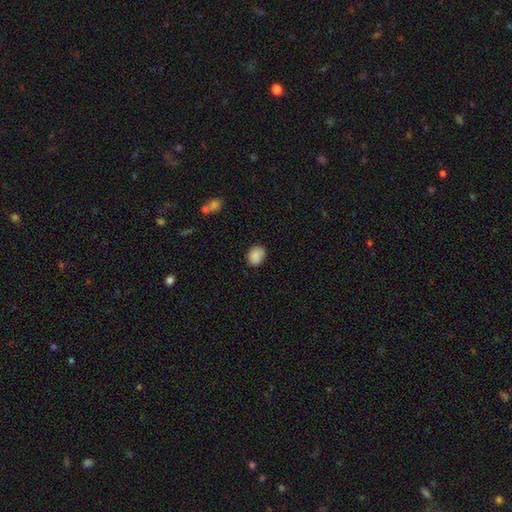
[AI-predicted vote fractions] smooth-or-featured: smooth: 87% | star or artifact: 9% | featured or disk: 4%
  how-rounded: round: 53% | in between: 46% | cigar-shaped: 1%
  merging: none: 80% | minor disturbance: 16% | major disturbance: 3% | merger: 2%